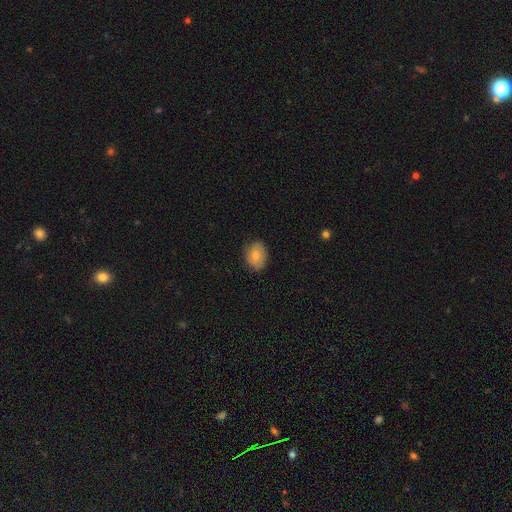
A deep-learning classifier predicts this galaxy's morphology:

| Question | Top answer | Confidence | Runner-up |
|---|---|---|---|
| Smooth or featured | smooth | 80% | featured or disk (13%) |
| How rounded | in between | 63% | round (36%) |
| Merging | none | 79% | minor disturbance (16%) |